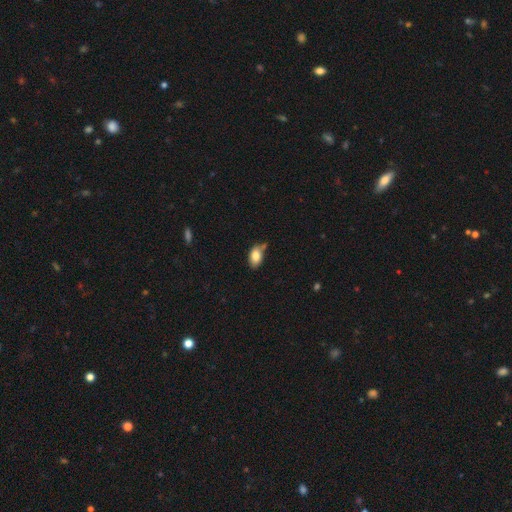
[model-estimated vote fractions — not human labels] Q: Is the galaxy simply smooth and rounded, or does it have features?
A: smooth — 82%.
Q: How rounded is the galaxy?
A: in between — 90%.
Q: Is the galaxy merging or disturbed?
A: none — 58%.